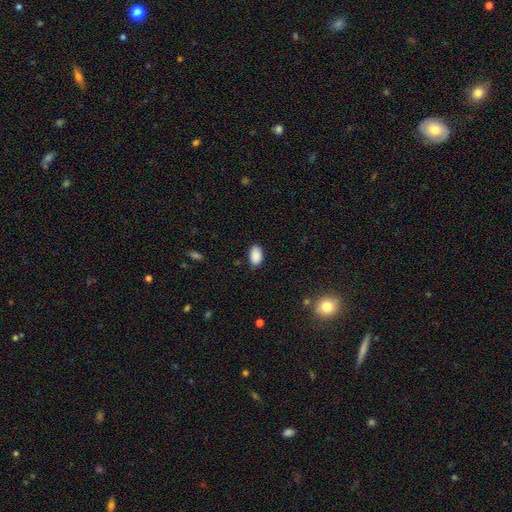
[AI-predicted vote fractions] smooth-or-featured: smooth: 89% | star or artifact: 7% | featured or disk: 3%
  how-rounded: in between: 92% | round: 6% | cigar-shaped: 1%
  merging: none: 82% | minor disturbance: 14% | major disturbance: 3% | merger: 1%